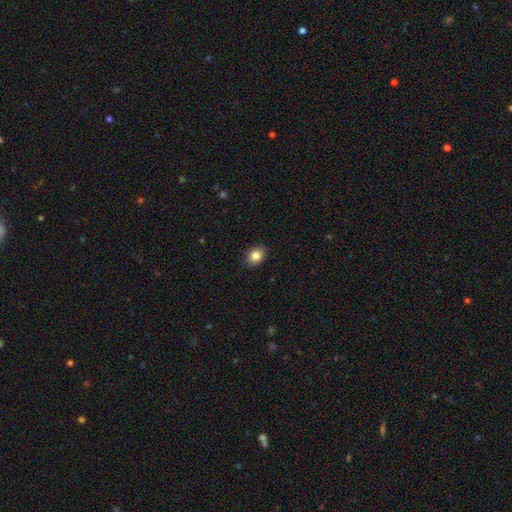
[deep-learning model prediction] Overall: smooth (85%). How rounded: in between (68%; round 31%). Merging: none (86%).